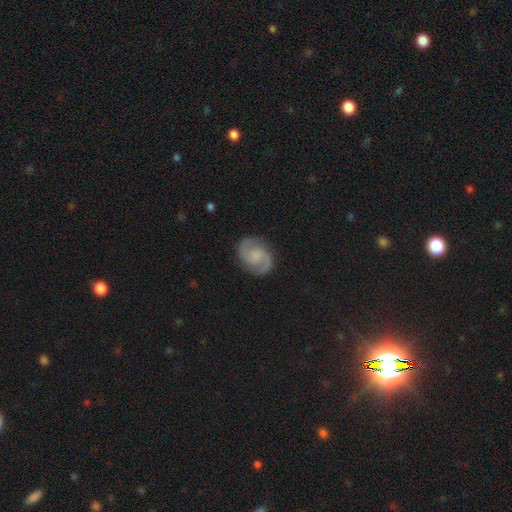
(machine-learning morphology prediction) A featured or disk galaxy (86%) with no bar (53%), 2 (93%) medium (58%) spiral arms (98%) and no central bulge (49%). Merging: none (85%).